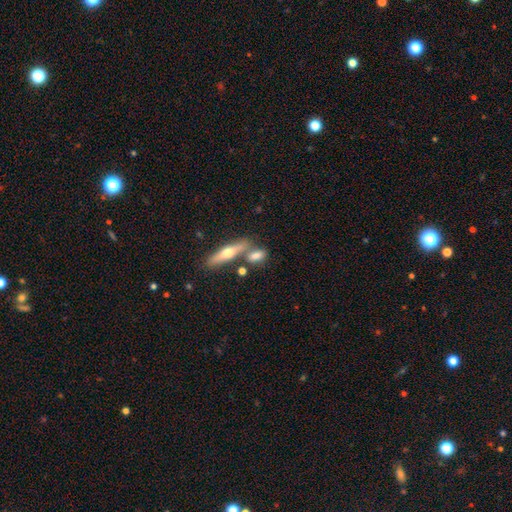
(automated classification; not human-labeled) Smooth or featured?
  - smooth: 65% *
  - featured or disk: 27%
  - star or artifact: 8%
How rounded?
  - in between: 62% *
  - cigar-shaped: 28%
  - round: 10%
Merging?
  - none: 54% *
  - merger: 29%
  - minor disturbance: 13%
  - major disturbance: 5%